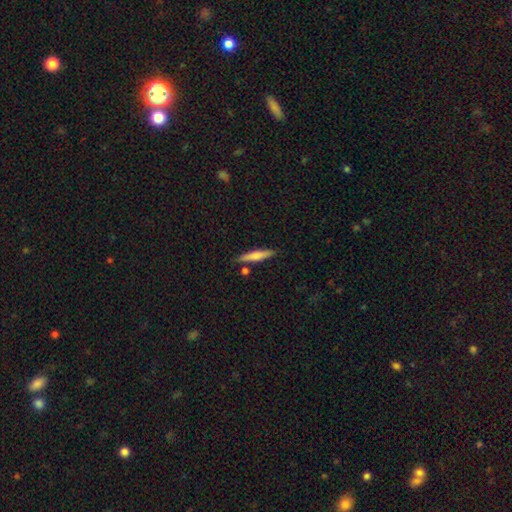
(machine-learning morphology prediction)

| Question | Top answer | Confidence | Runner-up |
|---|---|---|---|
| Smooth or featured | smooth | 67% | featured or disk (27%) |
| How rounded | cigar-shaped | 89% | in between (9%) |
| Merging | none | 83% | minor disturbance (10%) |